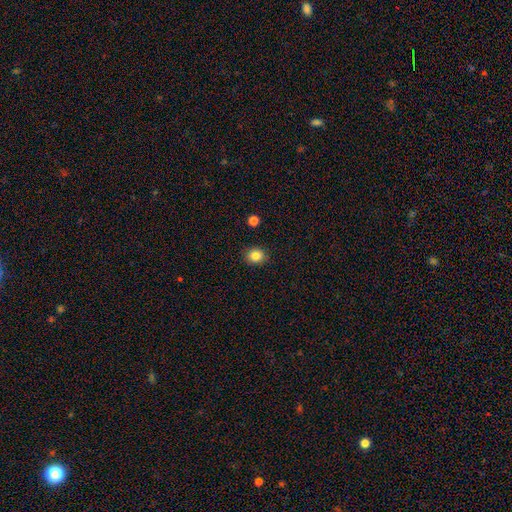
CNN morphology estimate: Smooth or featured? Predicted: smooth (p=0.85). How rounded? Predicted: round (p=0.72). Merging? Predicted: none (p=0.90).